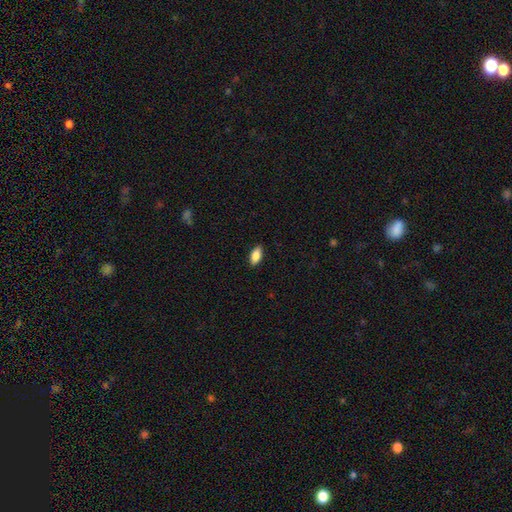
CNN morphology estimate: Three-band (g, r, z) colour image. It shows a smooth galaxy with no disk features (85%) that is in between round and cigar-shaped (89%). Merging: none (88%).